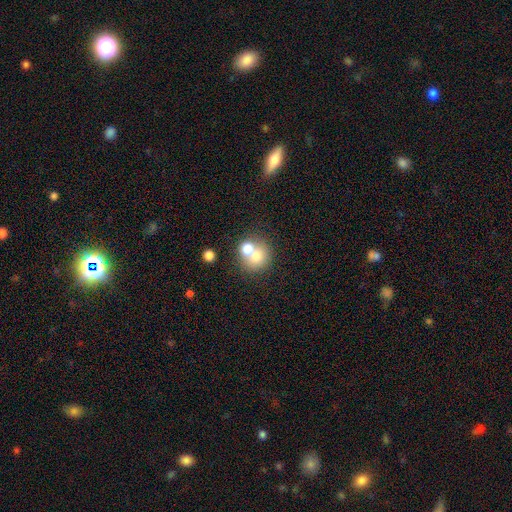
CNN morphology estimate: smooth_or_featured: smooth (p=0.69) [alt: featured or disk p=0.19]
how_rounded: round (p=0.82) [alt: in between p=0.17]
merging: merger (p=0.51) [alt: none p=0.40]